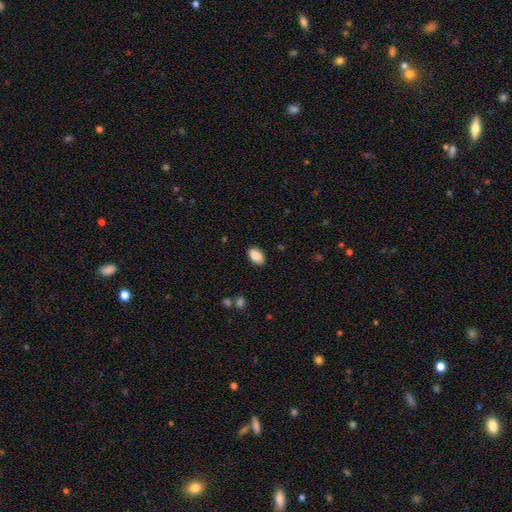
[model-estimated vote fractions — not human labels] smooth 88%, star or artifact 7%, featured or disk 5%. Down the decision tree: how rounded — in between (92%); merging — none (88%).